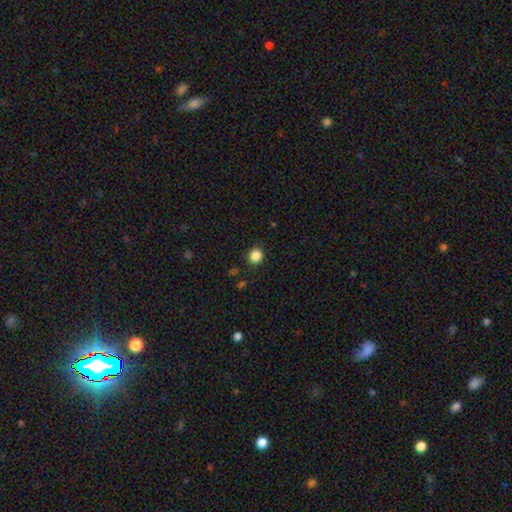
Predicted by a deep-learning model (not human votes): smooth_or_featured: smooth (p=0.86) [alt: star or artifact p=0.11]
how_rounded: round (p=0.85) [alt: in between p=0.14]
merging: none (p=0.87) [alt: minor disturbance p=0.09]